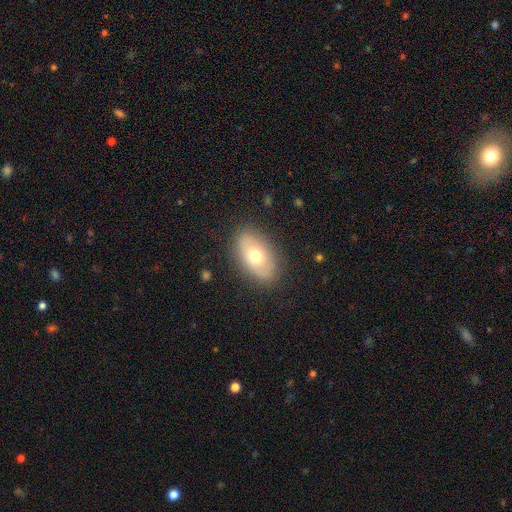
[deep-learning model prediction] Q: Smooth or featured?
A: smooth (61%); runner-up: featured or disk (31%)
Q: How rounded?
A: in between (89%); runner-up: round (9%)
Q: Merging?
A: none (85%); runner-up: minor disturbance (11%)